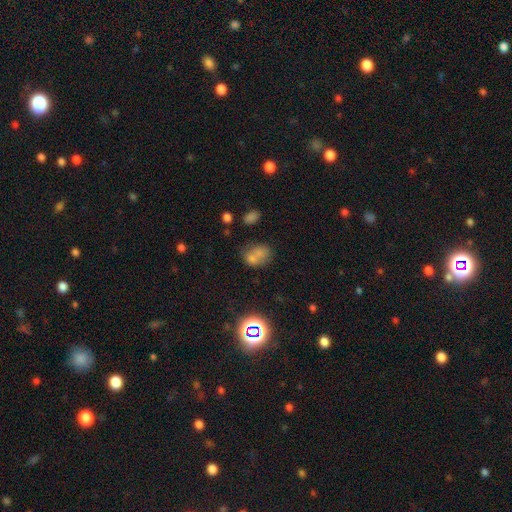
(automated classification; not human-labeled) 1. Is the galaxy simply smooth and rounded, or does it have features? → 67% smooth, 18% star or artifact, 16% featured or disk.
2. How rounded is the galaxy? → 63% in between, 36% round, 2% cigar-shaped.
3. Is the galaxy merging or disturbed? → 44% merger, 34% none, 14% minor disturbance, 8% major disturbance.